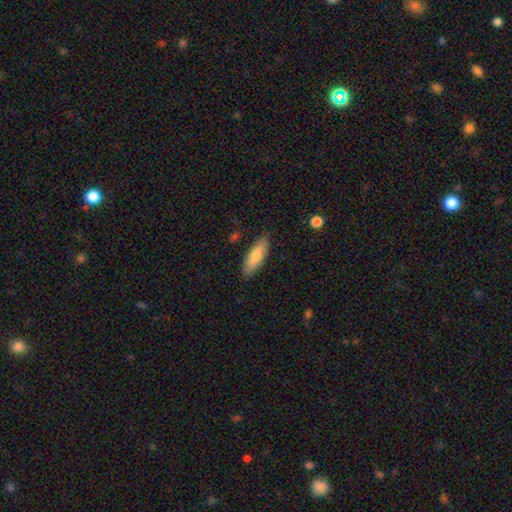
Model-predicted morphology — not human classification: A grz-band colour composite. It shows a smooth galaxy with no disk features (77%) that is in between round and cigar-shaped (55%). Merging: none (86%).